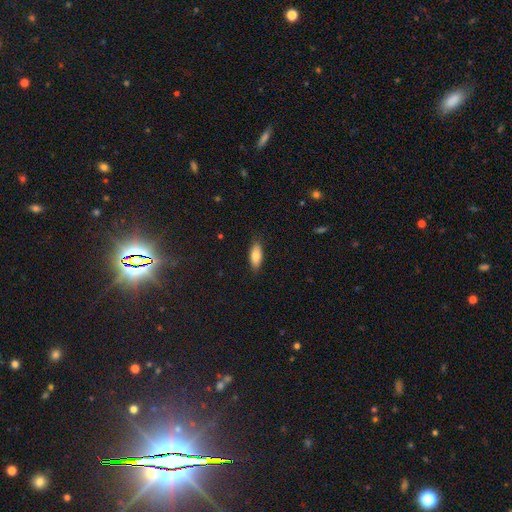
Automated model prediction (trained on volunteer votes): Smooth or featured?
  - smooth: 82% *
  - featured or disk: 11%
  - star or artifact: 7%
How rounded?
  - in between: 80% *
  - cigar-shaped: 18%
  - round: 2%
Merging?
  - none: 86% *
  - minor disturbance: 11%
  - major disturbance: 2%
  - merger: 1%